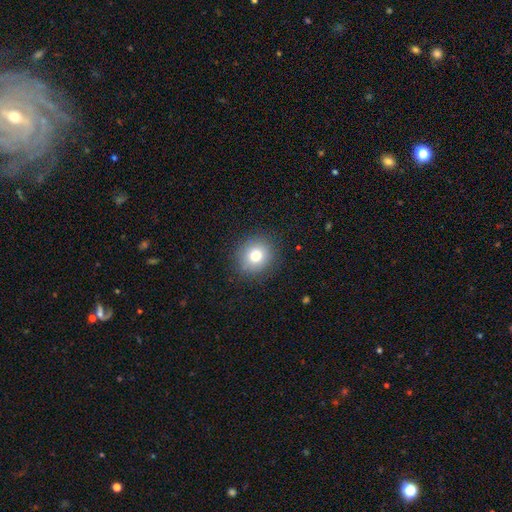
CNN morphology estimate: smooth_or_featured: smooth (p=0.80) [alt: star or artifact p=0.11]
how_rounded: round (p=0.82) [alt: in between p=0.17]
merging: none (p=0.87) [alt: minor disturbance p=0.09]